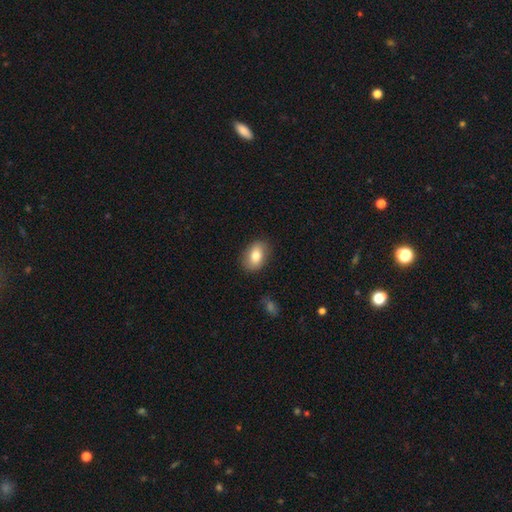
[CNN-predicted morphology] A smooth galaxy with no disk features (78%) that is in between round and cigar-shaped (80%). Merging: none (85%).